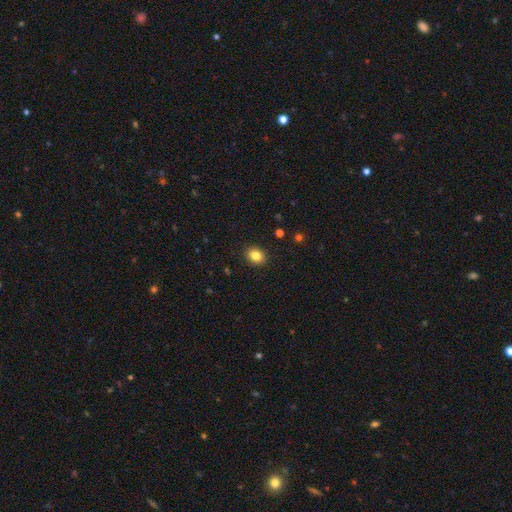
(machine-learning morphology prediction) Smooth or featured? smooth (85%)
How rounded? in between (54%)
Merging? none (90%)